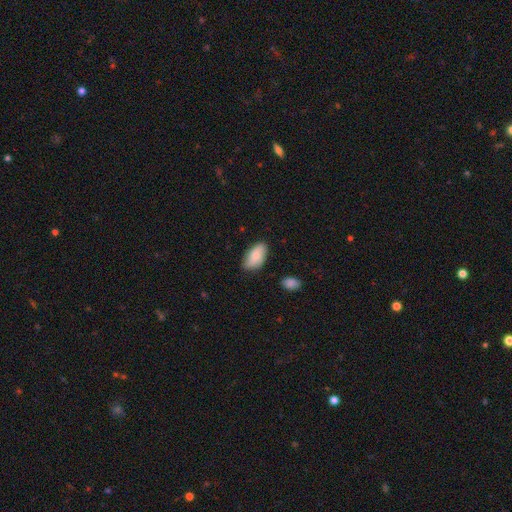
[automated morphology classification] Overall: smooth (75%). How rounded: in between (93%). Merging: none (76%).